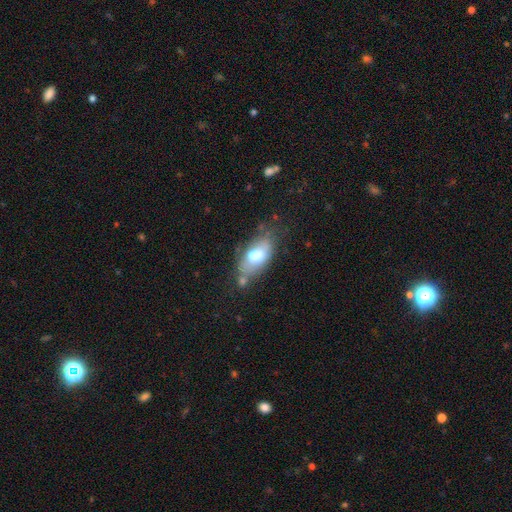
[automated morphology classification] The model was most divided on "merging": none: 56%, minor disturbance: 24%, merger: 10%, major disturbance: 9%. More confident: how rounded — in between (89%); smooth or featured — smooth (68%).